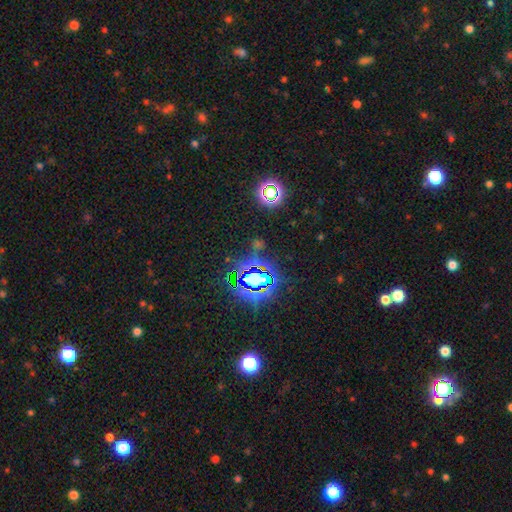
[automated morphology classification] This is likely a star or artifact rather than a galaxy (80%).